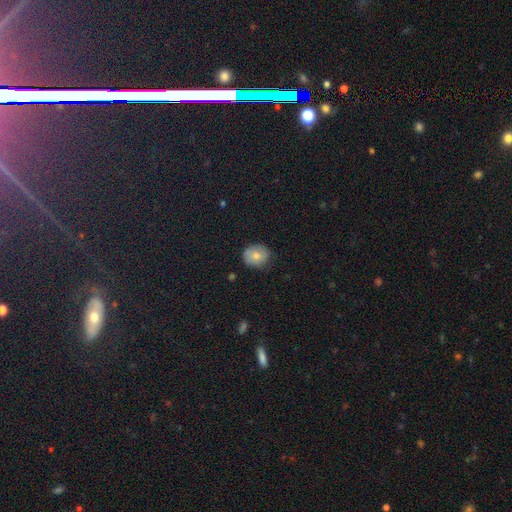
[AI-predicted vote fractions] smooth_or_featured: smooth (p=0.73) [alt: featured or disk p=0.17]
how_rounded: round (p=0.70) [alt: in between p=0.29]
merging: none (p=0.80) [alt: minor disturbance p=0.16]